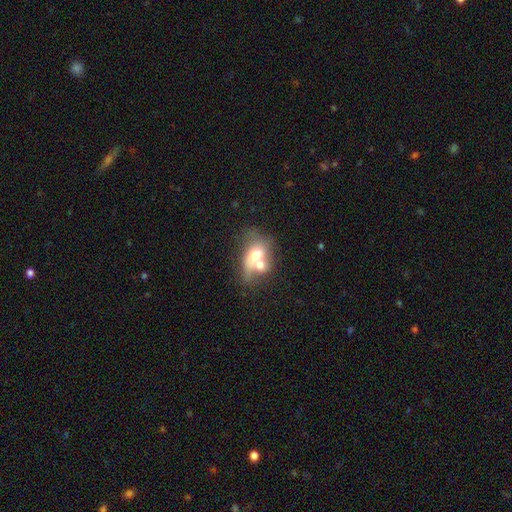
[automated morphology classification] Smooth or featured?
  - smooth: 61% *
  - featured or disk: 30%
  - star or artifact: 9%
How rounded?
  - in between: 65% *
  - round: 32%
  - cigar-shaped: 2%
Merging?
  - merger: 66% *
  - none: 17%
  - major disturbance: 9%
  - minor disturbance: 8%